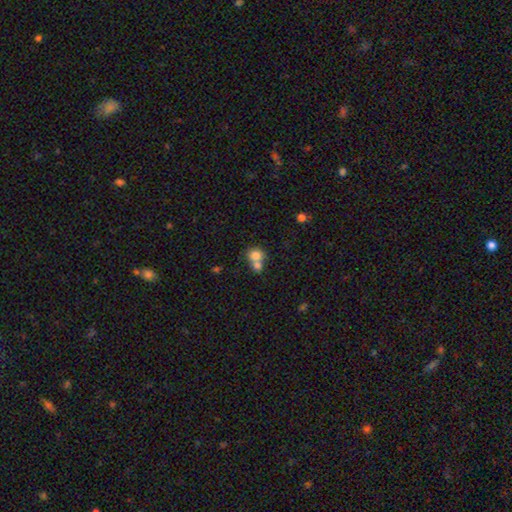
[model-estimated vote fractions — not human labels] This appears to be a smooth galaxy with no disk features (77%) that is round (73%). Merging: merger (62%).